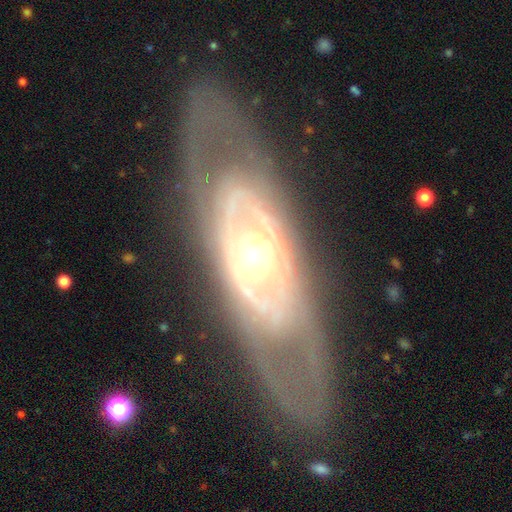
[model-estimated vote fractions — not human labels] Smooth or featured? Predicted: featured or disk (p=0.80). Edge-on disk? Predicted: no (p=0.79). Bar? Predicted: no (p=0.77). Spiral arms? Predicted: no (p=0.61). Bulge size? Predicted: moderate (p=0.61). Merging? Predicted: none (p=0.80).